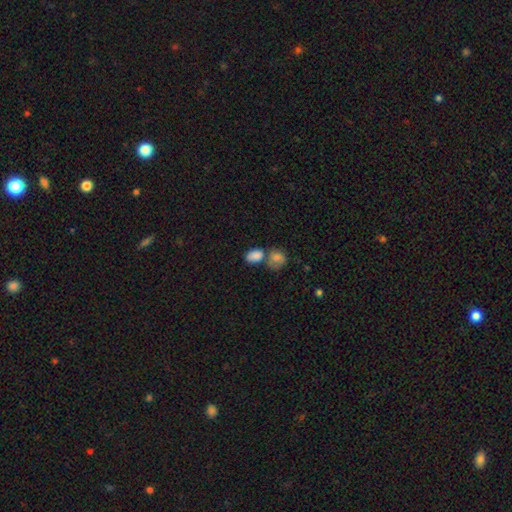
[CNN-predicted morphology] smooth-or-featured: smooth: 84% | star or artifact: 8% | featured or disk: 7%
  how-rounded: in between: 84% | round: 15% | cigar-shaped: 2%
  merging: merger: 45% | none: 38% | minor disturbance: 13% | major disturbance: 5%